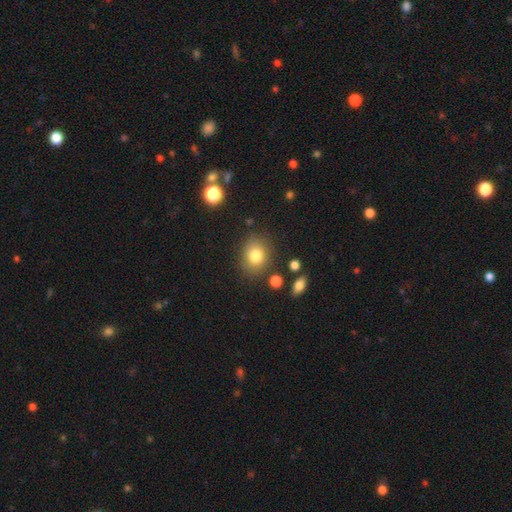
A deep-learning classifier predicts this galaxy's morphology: smooth-or-featured: smooth: 80% | star or artifact: 11% | featured or disk: 9%
  how-rounded: round: 54% | in between: 45% | cigar-shaped: 1%
  merging: none: 81% | minor disturbance: 12% | major disturbance: 4% | merger: 3%